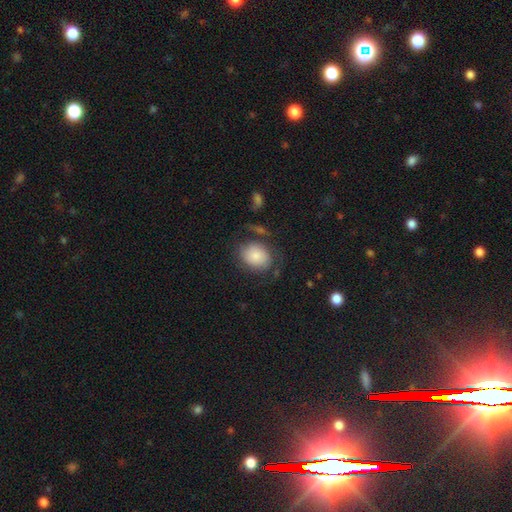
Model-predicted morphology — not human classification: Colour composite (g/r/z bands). It shows a smooth galaxy with no disk features (75%) that is in between round and cigar-shaped (53%). Merging: none (60%).